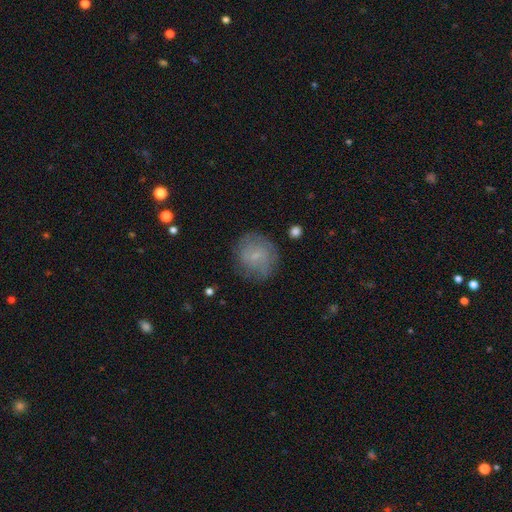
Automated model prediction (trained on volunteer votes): Q: Smooth or featured?
A: smooth (49%); runner-up: featured or disk (43%)
Q: Merging?
A: none (74%); runner-up: minor disturbance (18%)